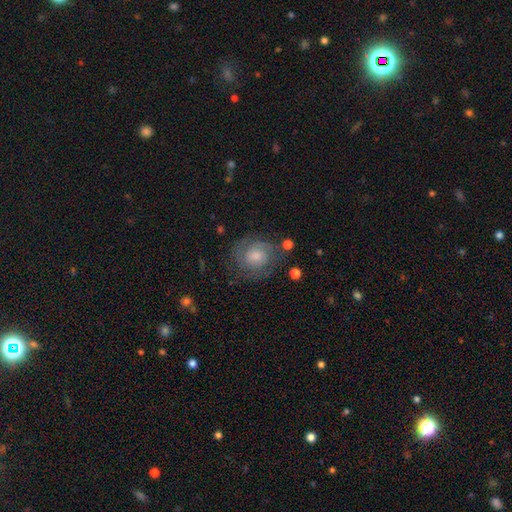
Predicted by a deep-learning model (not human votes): Morphology: type=featured or disk (66%); edge-on=no (97%); bar=no (67%); spiral arms=yes (88%); winding=tight (60%); arm count=2 (47%); bulge=moderate (47%); merging=none (75%).